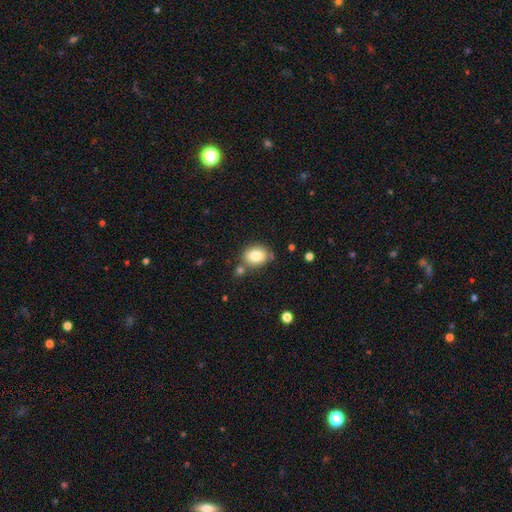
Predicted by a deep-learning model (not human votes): Morphology: type=smooth (81%); roundness=in between (56%); merging=none (67%).